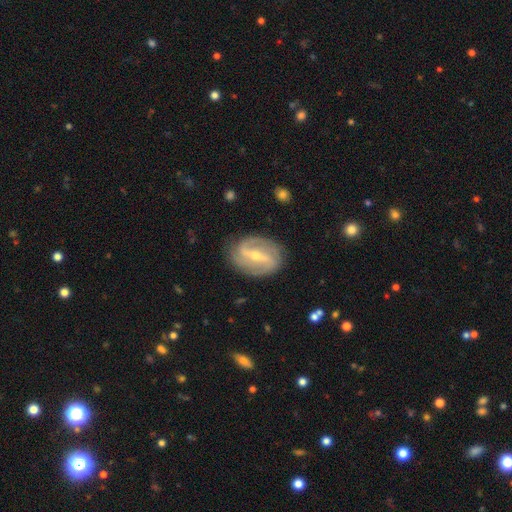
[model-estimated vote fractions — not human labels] This is clearly a featured or disk galaxy (86%). It is clearly not viewed edge-on (95%). Bar: likely strong (61%). Spiral arm pattern: clearly yes (92%). Spiral arm count: likely 2 (73%). Spiral winding: marginally medium (40%). Central bulge: possibly small (56%). Merging: clearly none (81%).